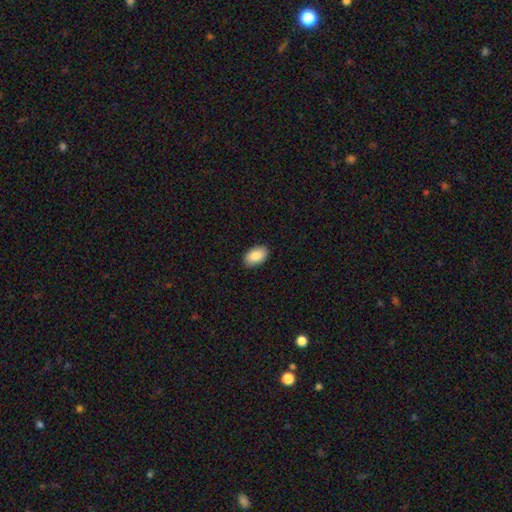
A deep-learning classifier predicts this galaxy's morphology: smooth_or_featured: smooth (p=0.88) [alt: star or artifact p=0.06]
how_rounded: in between (p=0.93) [alt: round p=0.05]
merging: none (p=0.90) [alt: minor disturbance p=0.08]